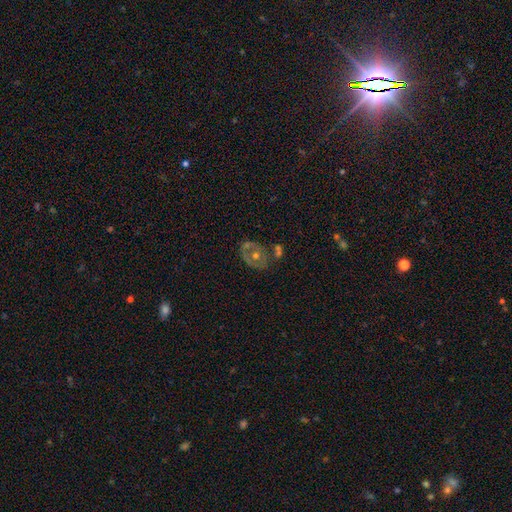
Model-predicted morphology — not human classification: The model was most divided on "smooth or featured": featured or disk: 63%, smooth: 28%, star or artifact: 10%. More confident: edge-on disk — no (95%); bar — no (86%); spiral arms — no (72%); bulge size — moderate (69%); merging — none (62%).